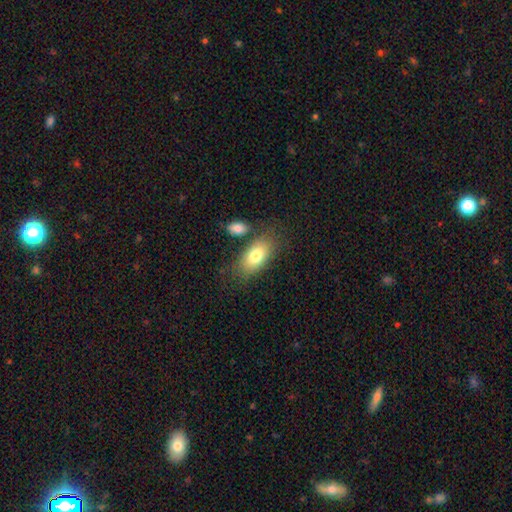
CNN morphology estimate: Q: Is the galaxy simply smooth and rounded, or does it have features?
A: smooth — 79%.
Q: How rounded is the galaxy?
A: in between — 91%.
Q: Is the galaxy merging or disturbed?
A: none — 70%.